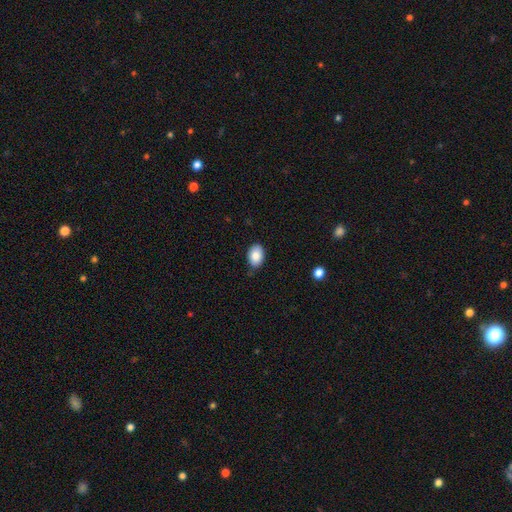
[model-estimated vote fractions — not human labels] The model was most divided on "merging": none: 76%, minor disturbance: 19%, major disturbance: 3%, merger: 2%. More confident: how rounded — in between (87%); smooth or featured — smooth (86%).